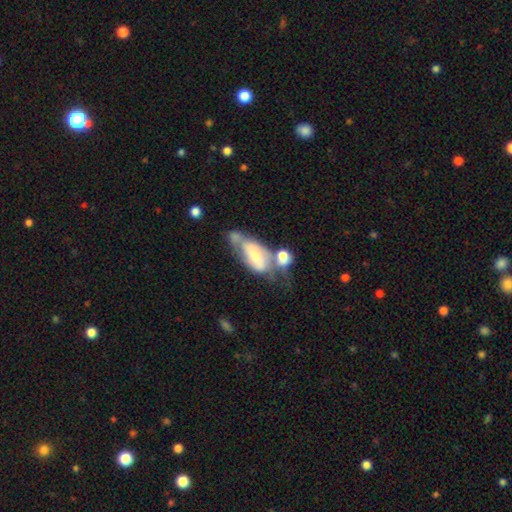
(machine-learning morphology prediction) Smooth or featured? Predicted: smooth (p=0.49). Merging? Predicted: merger (p=0.47).